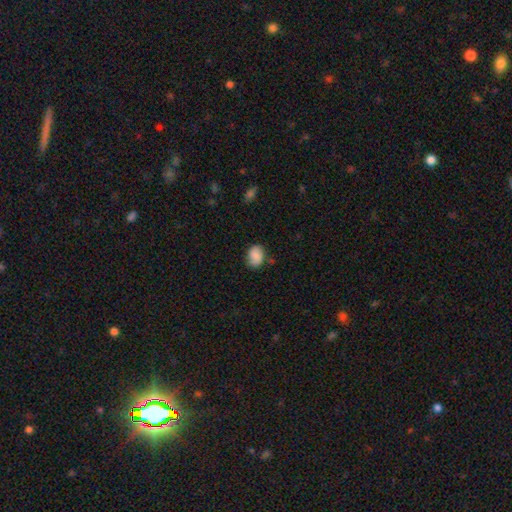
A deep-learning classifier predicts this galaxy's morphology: Smooth or featured? smooth (80%)
How rounded? in between (68%)
Merging? none (73%)